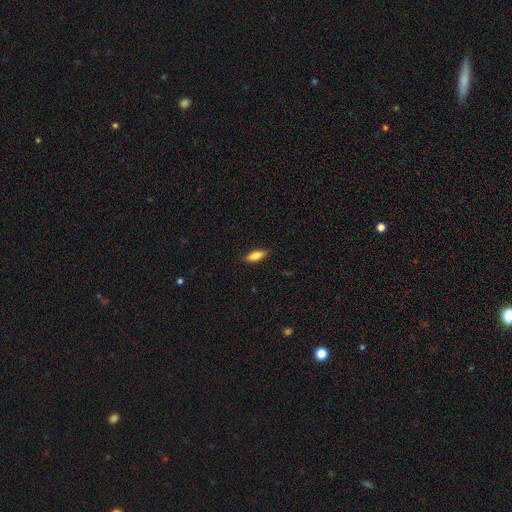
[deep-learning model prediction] Smooth or featured? Predicted: smooth (p=0.83). How rounded? Predicted: in between (p=0.72). Merging? Predicted: none (p=0.88).